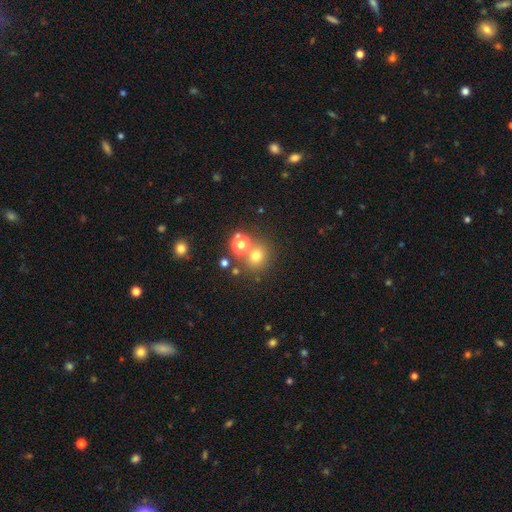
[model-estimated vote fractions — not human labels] smooth-or-featured: smooth: 68% | star or artifact: 23% | featured or disk: 9%
  how-rounded: round: 83% | in between: 16% | cigar-shaped: 1%
  merging: none: 68% | merger: 20% | minor disturbance: 9% | major disturbance: 4%